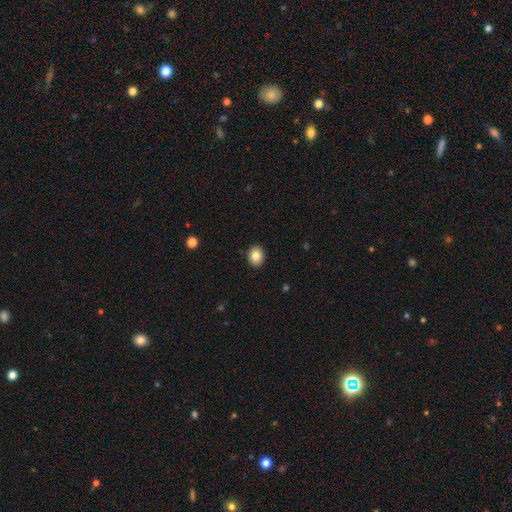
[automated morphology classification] Overall: smooth (83%). How rounded: round (65%; in between 34%). Merging: none (92%).